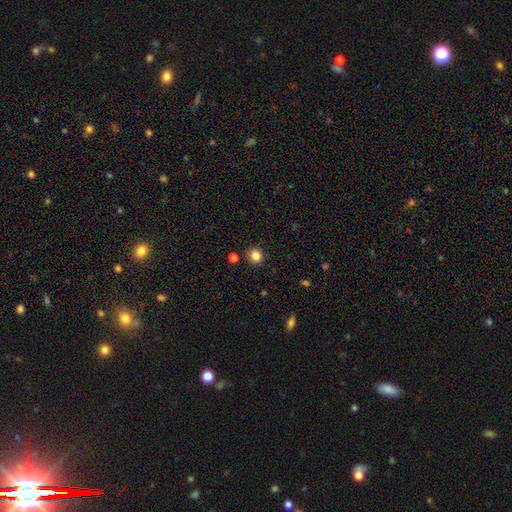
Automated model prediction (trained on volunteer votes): A smooth galaxy with no disk features (84%) that is round (86%). Merging: none (89%).